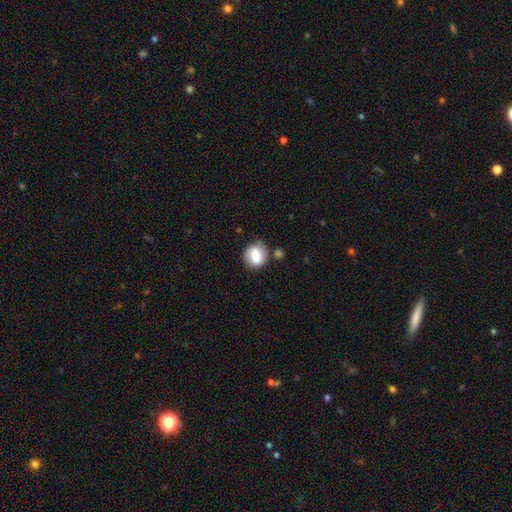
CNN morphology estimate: Smooth or featured? smooth (72%)
How rounded? round (61%)
Merging? none (70%)